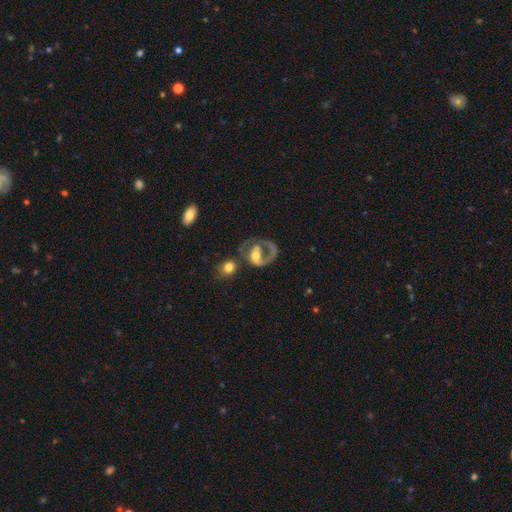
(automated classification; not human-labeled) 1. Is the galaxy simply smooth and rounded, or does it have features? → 67% featured or disk, 27% smooth, 7% star or artifact.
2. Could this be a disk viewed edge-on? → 97% no, 3% yes.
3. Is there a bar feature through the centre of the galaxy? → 62% no, 27% weak, 11% strong.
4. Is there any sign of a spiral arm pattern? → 54% yes, 46% no.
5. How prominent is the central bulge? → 61% moderate, 20% small, 12% large, 4% none, 2% dominant.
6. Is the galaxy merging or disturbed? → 36% major disturbance, 30% none, 18% merger, 15% minor disturbance.